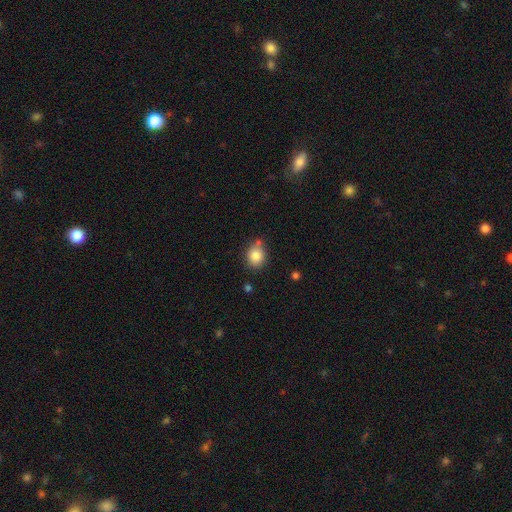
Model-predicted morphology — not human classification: This appears to be a smooth galaxy with no disk features (83%) that is round (68%). Merging: none (71%).